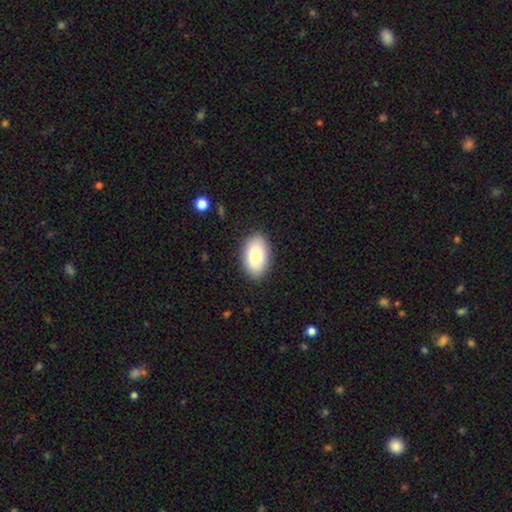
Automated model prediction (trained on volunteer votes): The model was most divided on "smooth or featured": smooth: 79%, featured or disk: 14%, star or artifact: 7%. More confident: how rounded — in between (93%); merging — none (88%).